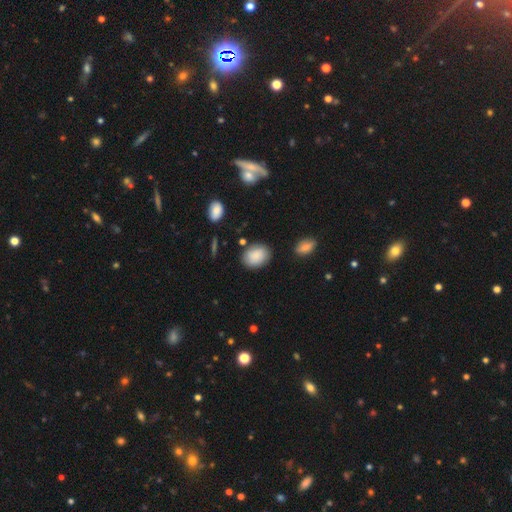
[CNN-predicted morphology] A smooth galaxy with no disk features (84%) that is in between round and cigar-shaped (72%). Merging: none (80%).